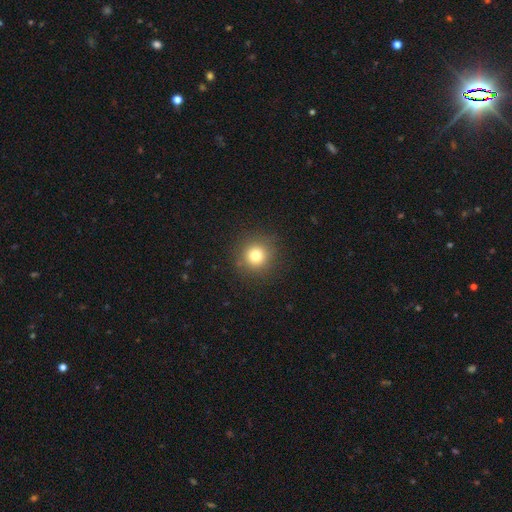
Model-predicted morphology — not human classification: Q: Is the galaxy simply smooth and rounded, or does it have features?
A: smooth — 78%.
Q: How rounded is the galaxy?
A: round — 94%.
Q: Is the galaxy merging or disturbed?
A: none — 89%.